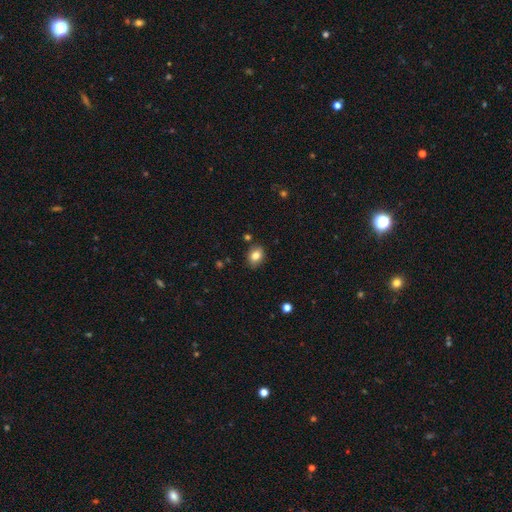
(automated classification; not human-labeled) Morphology: type=smooth (81%); roundness=in between (61%); merging=none (84%).